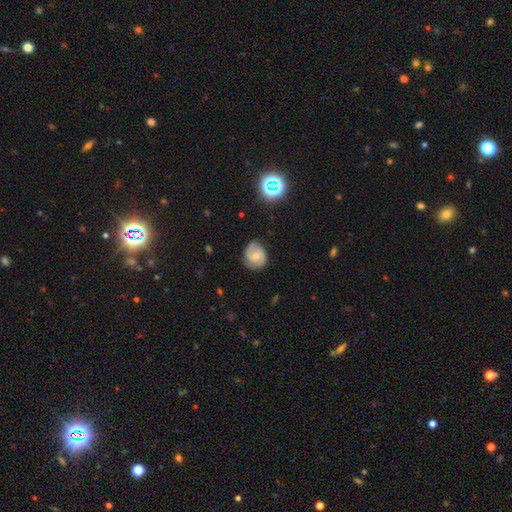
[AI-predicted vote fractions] A featured or disk galaxy (58%) with no bar (55%), 2 (74%) tight (42%, tied with medium) spiral arms (90%) and a small central bulge (52%). Merging: none (73%).